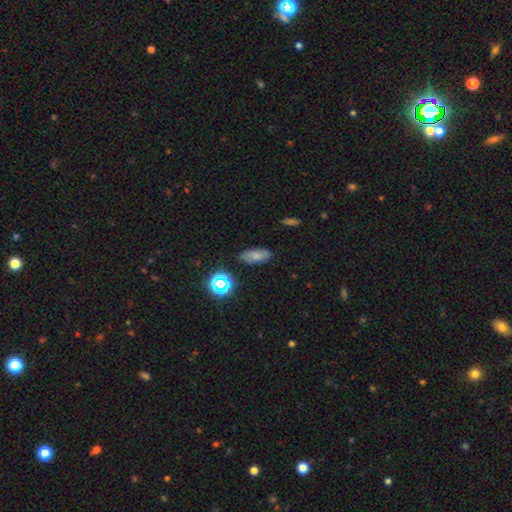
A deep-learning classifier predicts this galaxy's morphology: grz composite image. It shows a smooth galaxy with no disk features (70%) that is in between round and cigar-shaped (86%). Merging: none (81%).